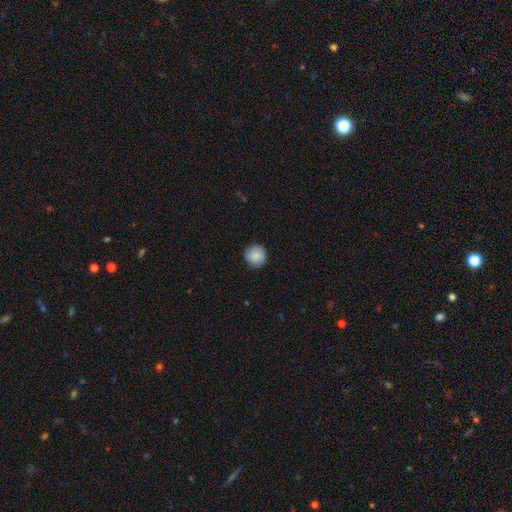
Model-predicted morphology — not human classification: A smooth galaxy with no disk features (85%) that is round (94%).

Vote fractions:
- Smooth or featured? smooth: 85% / featured or disk: 8% / star or artifact: 7%
- How rounded? round: 94% / in between: 5% / cigar-shaped: 1%
- Merging? none: 86% / minor disturbance: 11% / major disturbance: 2% / merger: 1%